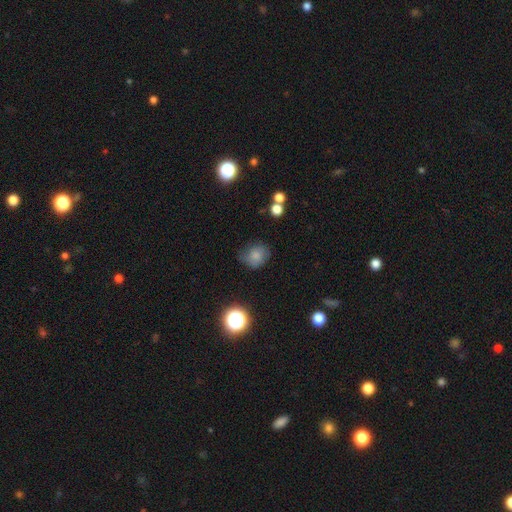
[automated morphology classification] Smooth or featured?
  - smooth: 77% *
  - star or artifact: 13%
  - featured or disk: 11%
How rounded?
  - round: 66% *
  - in between: 33%
  - cigar-shaped: 1%
Merging?
  - none: 61% *
  - minor disturbance: 28%
  - major disturbance: 8%
  - merger: 2%